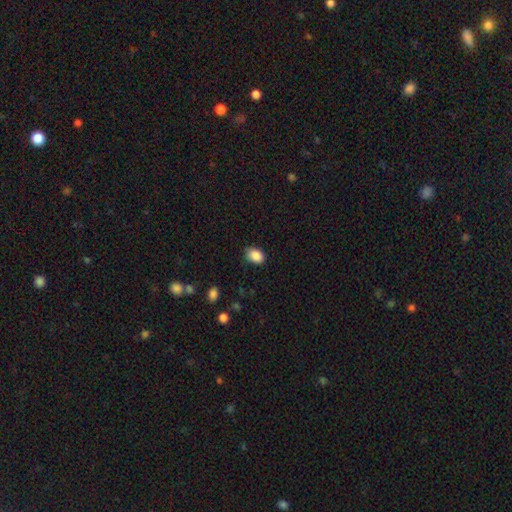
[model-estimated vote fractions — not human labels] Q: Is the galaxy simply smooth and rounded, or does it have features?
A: smooth — 89%.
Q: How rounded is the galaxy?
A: in between — 78%.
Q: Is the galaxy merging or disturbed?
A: none — 80%.